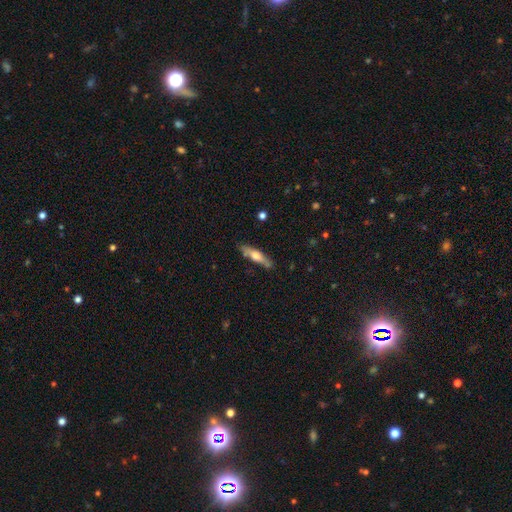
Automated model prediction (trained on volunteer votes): Morphology: type=smooth (49%); merging=none (82%).